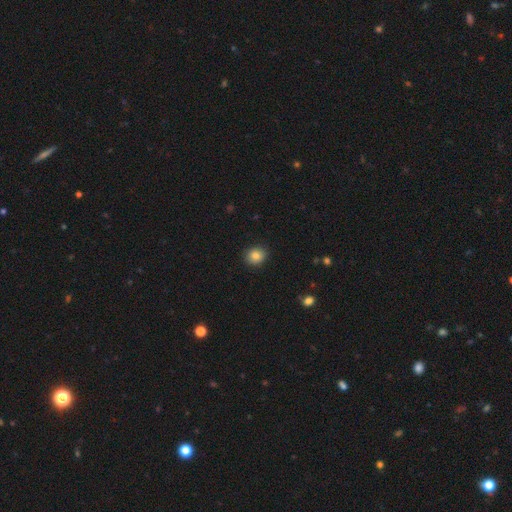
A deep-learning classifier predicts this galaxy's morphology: This appears to be a smooth galaxy with no disk features (83%) that is round (75%). Merging: none (90%).